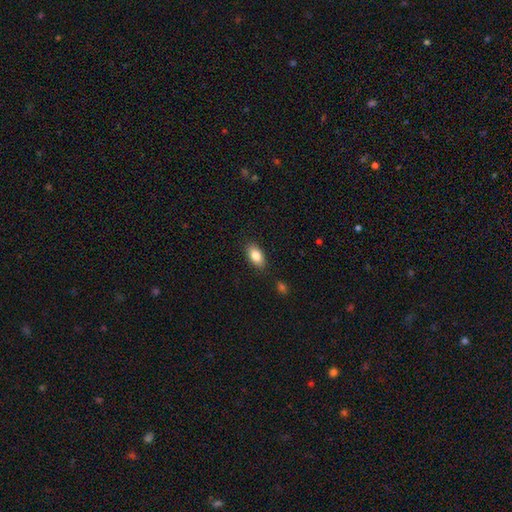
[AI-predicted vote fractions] This is clearly a smooth galaxy (83%). How rounded: clearly in between (91%). Merging: clearly none (86%).